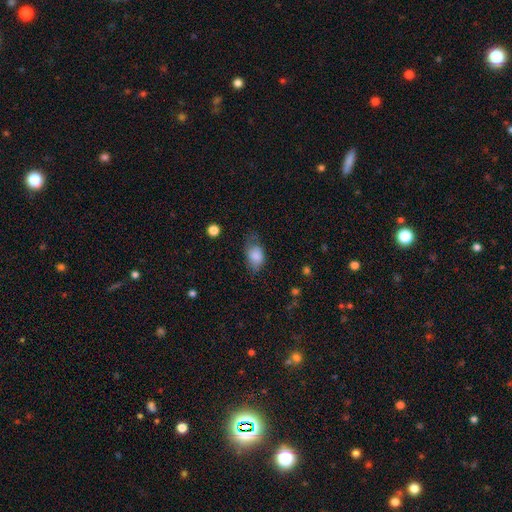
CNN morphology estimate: This is clearly a smooth galaxy (83%). How rounded: clearly in between (85%). Merging: possibly none (51%).